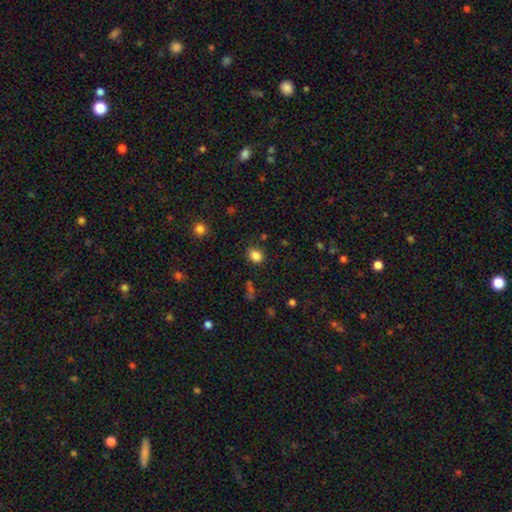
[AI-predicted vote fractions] Overall: smooth (84%). How rounded: in between (51%; round 48%). Merging: none (81%).